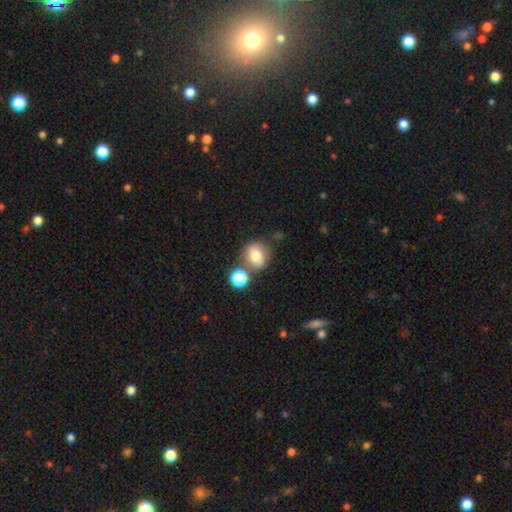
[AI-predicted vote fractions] A smooth galaxy with no disk features (77%) that is round (67%). Merging: none (64%).